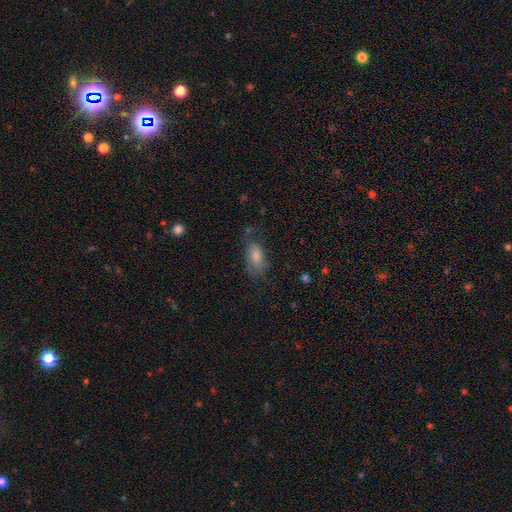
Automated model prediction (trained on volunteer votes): Q: Smooth or featured?
A: smooth (68%); runner-up: featured or disk (20%)
Q: How rounded?
A: in between (85%); runner-up: cigar-shaped (9%)
Q: Merging?
A: none (57%); runner-up: minor disturbance (26%)